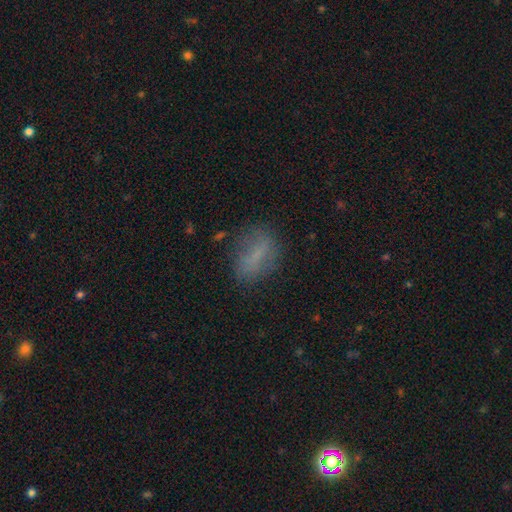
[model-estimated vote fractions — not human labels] A smooth galaxy with no disk features (65%) that is in between round and cigar-shaped (73%).

Vote fractions:
- Smooth or featured? smooth: 65% / featured or disk: 22% / star or artifact: 13%
- How rounded? in between: 73% / cigar-shaped: 14% / round: 13%
- Merging? none: 71% / minor disturbance: 18% / major disturbance: 8% / merger: 2%